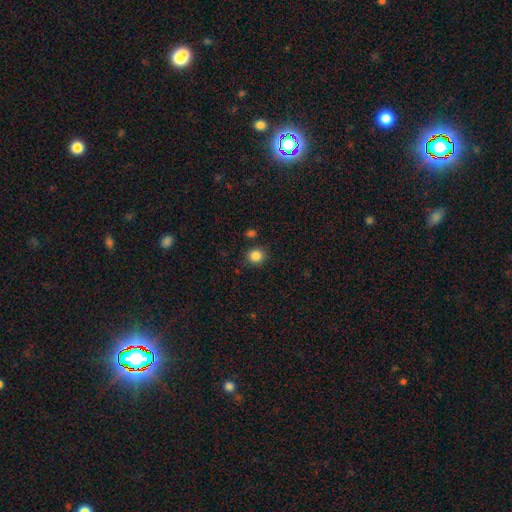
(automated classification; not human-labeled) Overall: smooth (85%). How rounded: round (88%). Merging: none (86%).